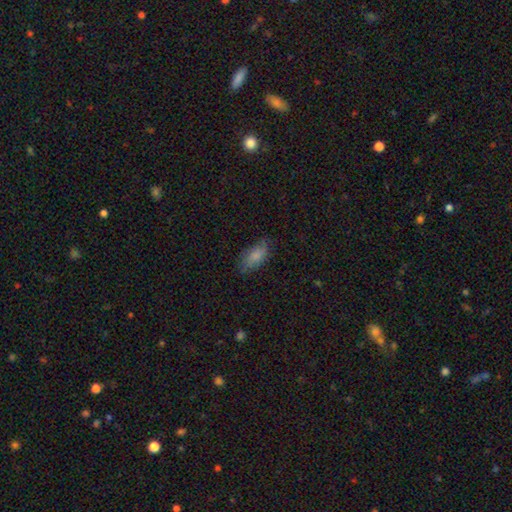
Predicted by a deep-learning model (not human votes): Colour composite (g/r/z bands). It shows a smooth galaxy with no disk features (82%) that is in between round and cigar-shaped (87%). Merging: none (74%).